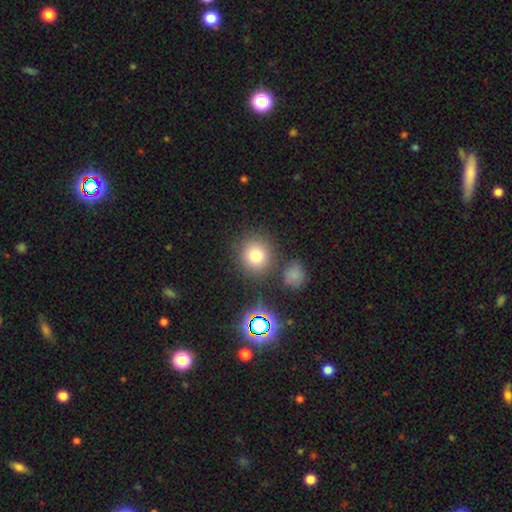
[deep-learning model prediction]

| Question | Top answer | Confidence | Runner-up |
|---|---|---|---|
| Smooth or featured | smooth | 76% | star or artifact (16%) |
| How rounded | round | 90% | in between (9%) |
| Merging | none | 80% | minor disturbance (9%) |